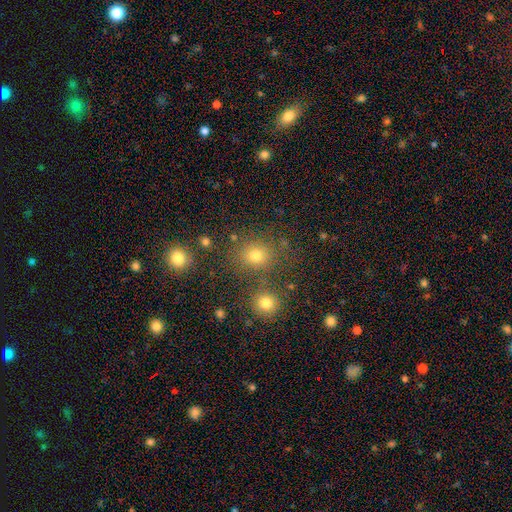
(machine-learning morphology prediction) Overall: smooth (74%). How rounded: round (76%). Merging: none (76%).